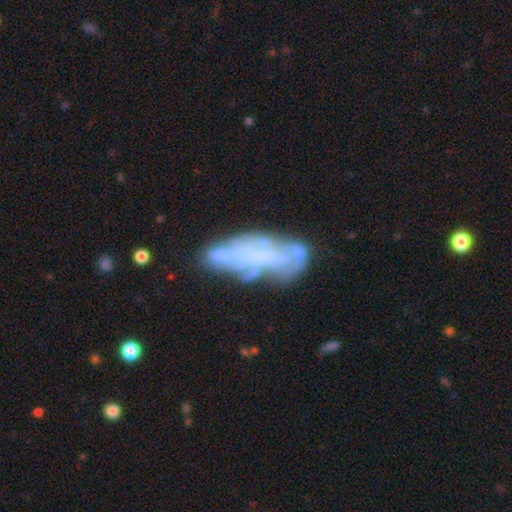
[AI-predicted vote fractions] featured or disk 58%, smooth 32%, star or artifact 10%. Down the decision tree: edge-on disk — no (86%); bar — no (77%); spiral arms — no (74%); bulge size — none (68%); merging — none (51%).